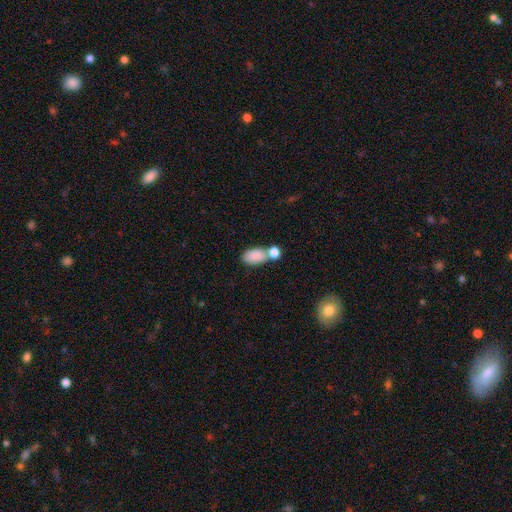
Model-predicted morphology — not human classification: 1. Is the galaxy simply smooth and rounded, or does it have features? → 85% smooth, 8% featured or disk, 7% star or artifact.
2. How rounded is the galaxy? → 92% in between, 6% round, 2% cigar-shaped.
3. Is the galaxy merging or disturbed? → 43% none, 40% merger, 12% minor disturbance, 5% major disturbance.